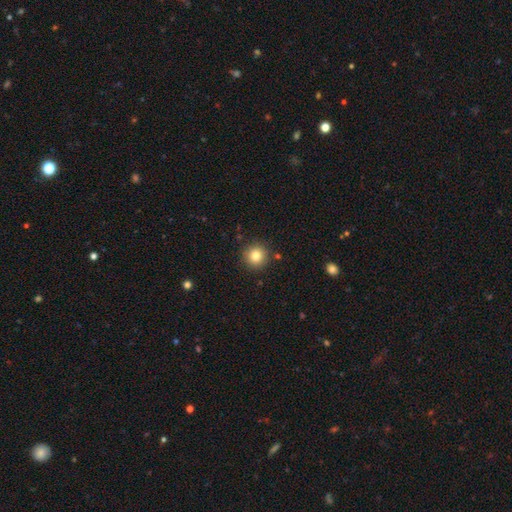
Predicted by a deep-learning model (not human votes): The model was most divided on "smooth or featured": smooth: 82%, star or artifact: 11%, featured or disk: 7%. More confident: how rounded — round (94%); merging — none (89%).